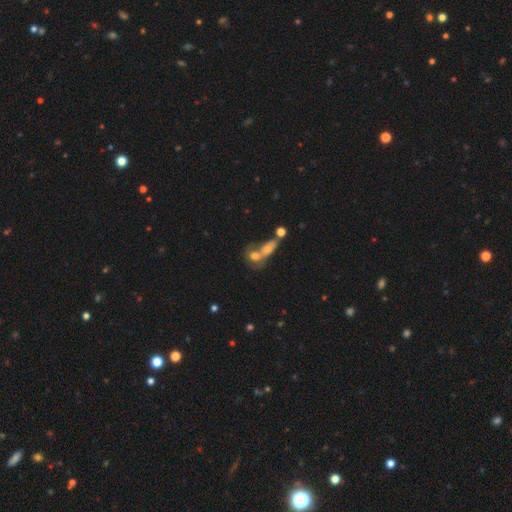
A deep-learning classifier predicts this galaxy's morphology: A smooth galaxy with no disk features (56%) that is in between round and cigar-shaped (56%).

Vote fractions:
- Smooth or featured? smooth: 56% / featured or disk: 27% / star or artifact: 16%
- How rounded? in between: 56% / round: 32% / cigar-shaped: 12%
- Merging? merger: 59% / none: 26% / minor disturbance: 8% / major disturbance: 7%